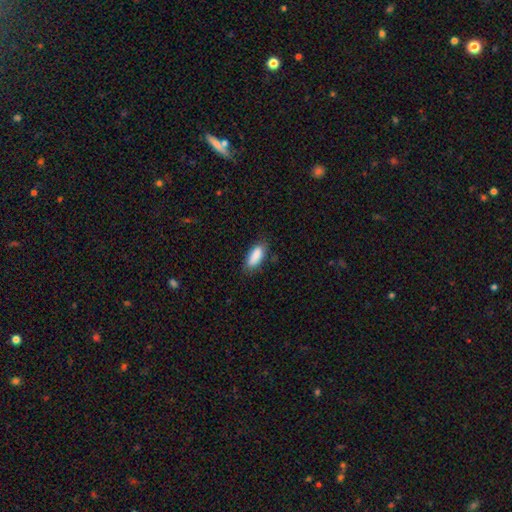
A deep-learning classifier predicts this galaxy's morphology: Q: Smooth or featured?
A: smooth (89%); runner-up: star or artifact (7%)
Q: How rounded?
A: in between (78%); runner-up: cigar-shaped (20%)
Q: Merging?
A: none (79%); runner-up: minor disturbance (17%)